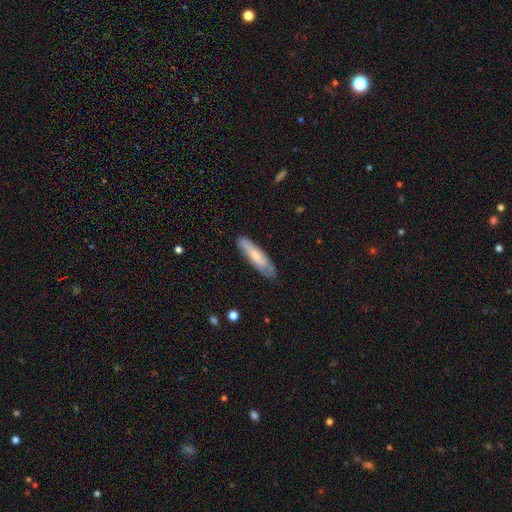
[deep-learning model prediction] This appears to be a smooth galaxy with no disk features (56%) that is cigar-shaped (69%). Merging: none (73%).